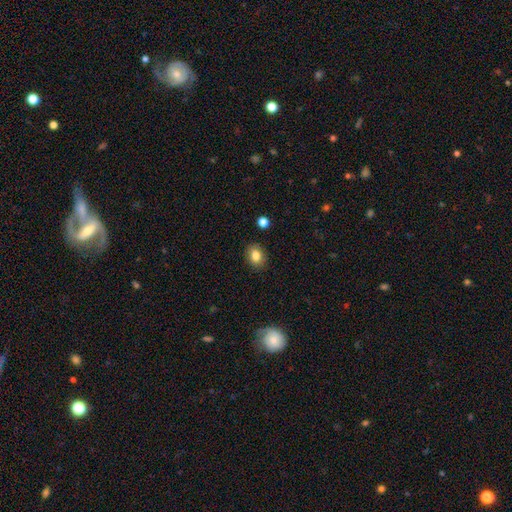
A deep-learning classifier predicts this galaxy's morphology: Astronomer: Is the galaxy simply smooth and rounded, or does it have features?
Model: smooth — 82%.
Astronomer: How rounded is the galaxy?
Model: in between — 55% (runner-up: round, 44%).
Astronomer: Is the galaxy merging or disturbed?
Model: none — 87%.